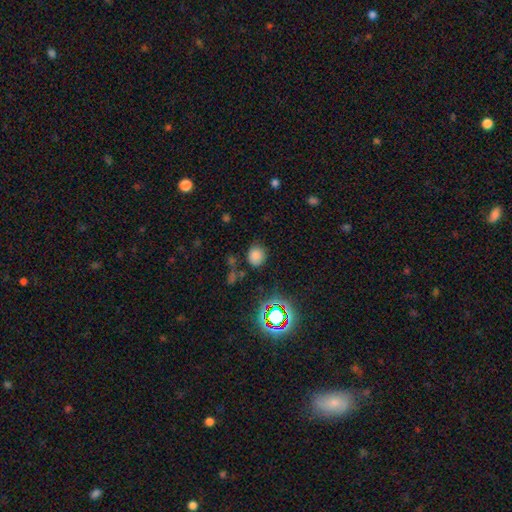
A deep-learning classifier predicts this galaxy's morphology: Smooth or featured? Predicted: smooth (p=0.74). How rounded? Predicted: round (p=0.77). Merging? Predicted: none (p=0.81).